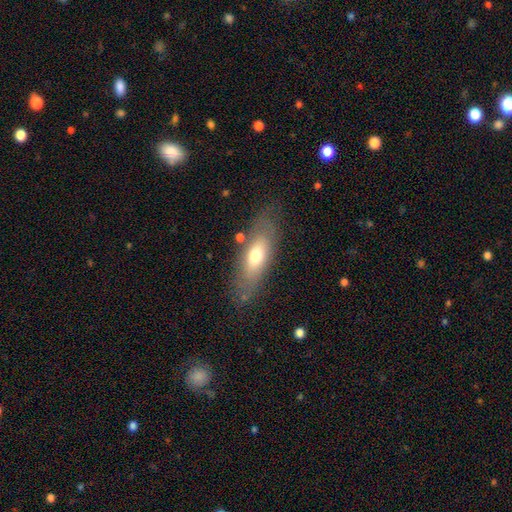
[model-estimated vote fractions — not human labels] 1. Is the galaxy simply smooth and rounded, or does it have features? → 60% smooth, 33% featured or disk, 7% star or artifact.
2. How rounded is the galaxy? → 71% in between, 26% cigar-shaped, 3% round.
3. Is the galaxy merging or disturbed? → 74% none, 16% minor disturbance, 6% major disturbance, 4% merger.